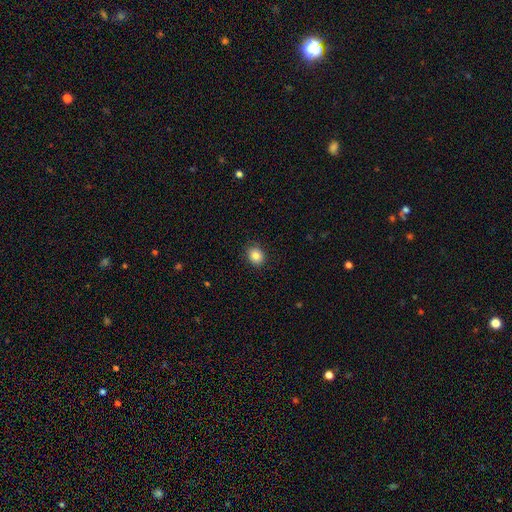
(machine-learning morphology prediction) Overall: smooth (84%). How rounded: round (64%; in between 35%). Merging: none (87%).